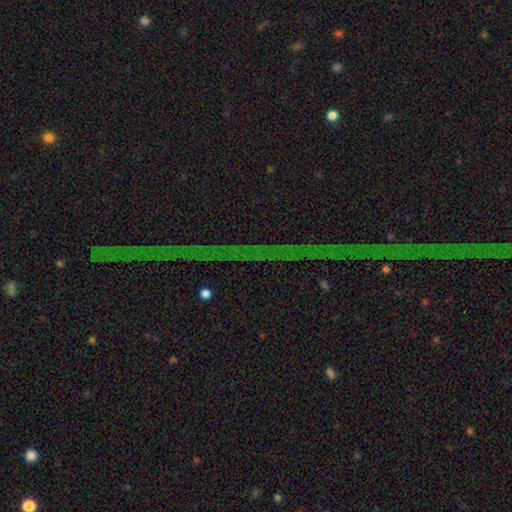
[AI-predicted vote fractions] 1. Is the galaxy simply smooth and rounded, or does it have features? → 79% star or artifact, 13% featured or disk, 8% smooth.